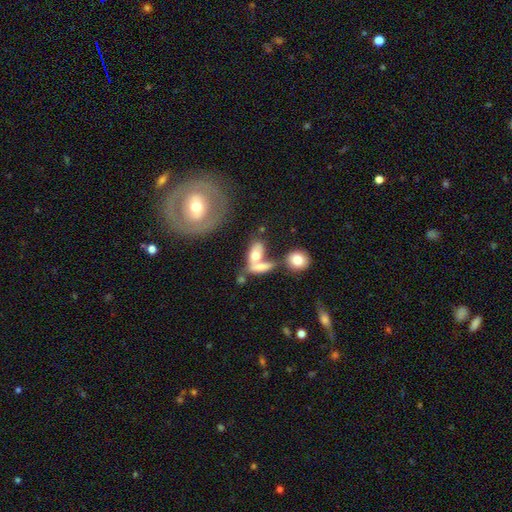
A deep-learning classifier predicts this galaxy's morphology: smooth_or_featured: smooth (p=0.65) [alt: featured or disk p=0.27]
how_rounded: in between (p=0.80) [alt: cigar-shaped p=0.13]
merging: merger (p=0.53) [alt: none p=0.27]